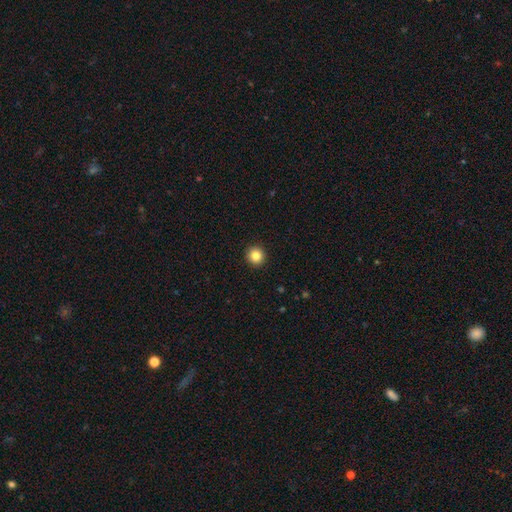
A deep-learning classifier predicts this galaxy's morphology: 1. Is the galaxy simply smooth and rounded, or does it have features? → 84% smooth, 11% star or artifact, 6% featured or disk.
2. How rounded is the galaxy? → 95% round, 4% in between, 1% cigar-shaped.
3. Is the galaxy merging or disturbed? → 94% none, 4% minor disturbance, 1% major disturbance, 1% merger.